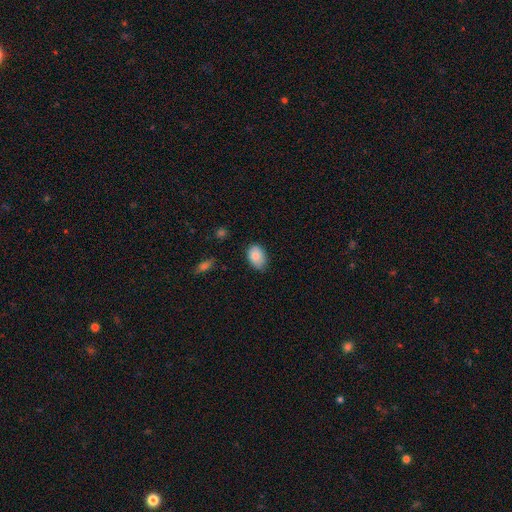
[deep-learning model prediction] Smooth or featured? smooth (85%)
How rounded? in between (86%)
Merging? none (73%)